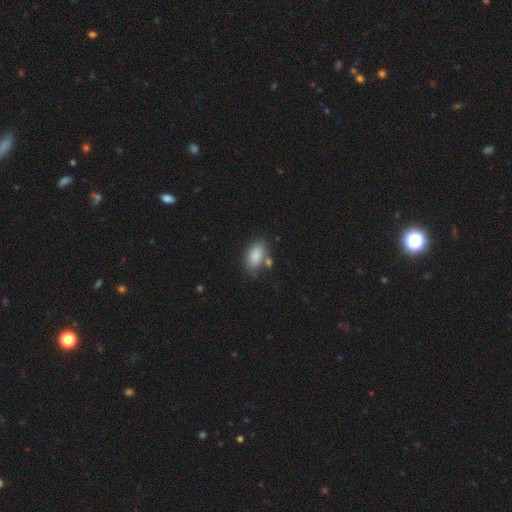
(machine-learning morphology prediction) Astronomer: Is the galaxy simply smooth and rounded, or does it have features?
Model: smooth — 87%.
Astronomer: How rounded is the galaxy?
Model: in between — 91%.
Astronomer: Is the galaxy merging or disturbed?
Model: none — 65%.